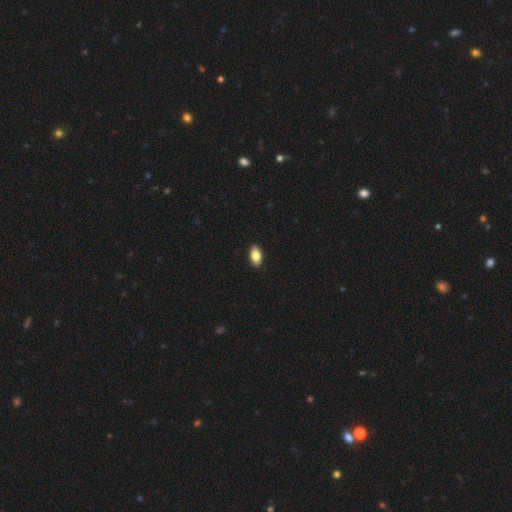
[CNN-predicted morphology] This appears to be a smooth galaxy with no disk features (83%) that is in between round and cigar-shaped (92%). Merging: none (91%).